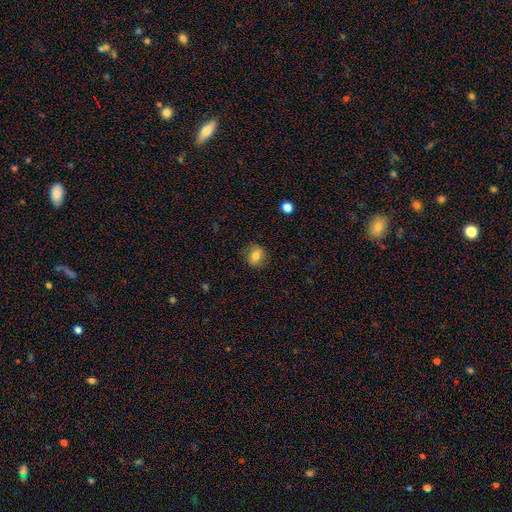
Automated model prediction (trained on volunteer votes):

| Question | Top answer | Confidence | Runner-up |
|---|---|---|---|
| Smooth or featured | smooth | 77% | featured or disk (12%) |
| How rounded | round | 74% | in between (25%) |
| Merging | none | 85% | minor disturbance (11%) |